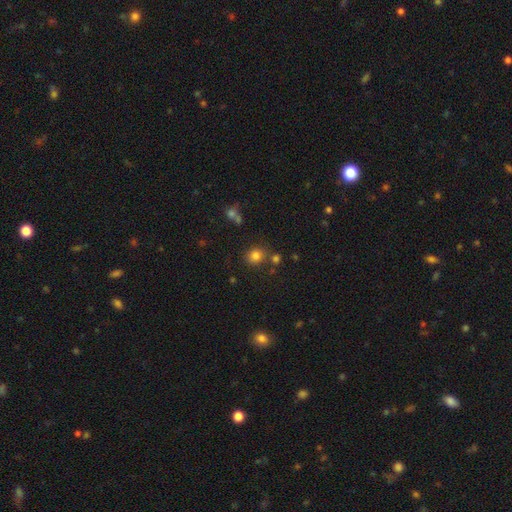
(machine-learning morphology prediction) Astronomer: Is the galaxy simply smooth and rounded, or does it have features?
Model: smooth — 79%.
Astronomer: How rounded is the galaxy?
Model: round — 79%.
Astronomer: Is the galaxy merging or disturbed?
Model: none — 77%.